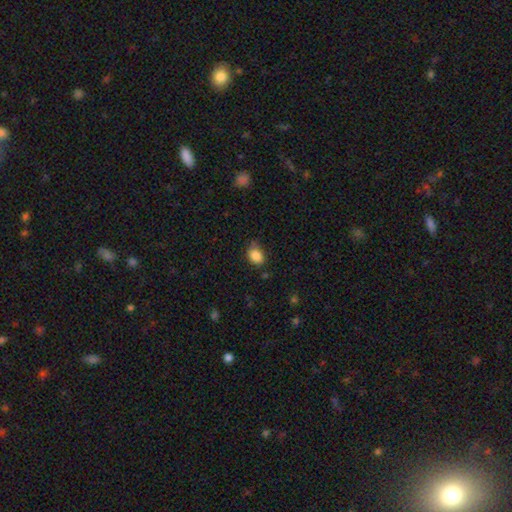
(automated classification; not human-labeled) Morphology: type=smooth (87%); roundness=in between (64%); merging=none (70%).